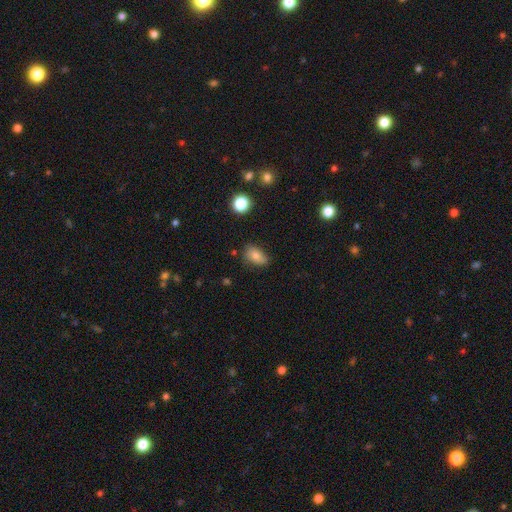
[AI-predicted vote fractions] Overall: smooth (78%). How rounded: in between (85%). Merging: none (71%).